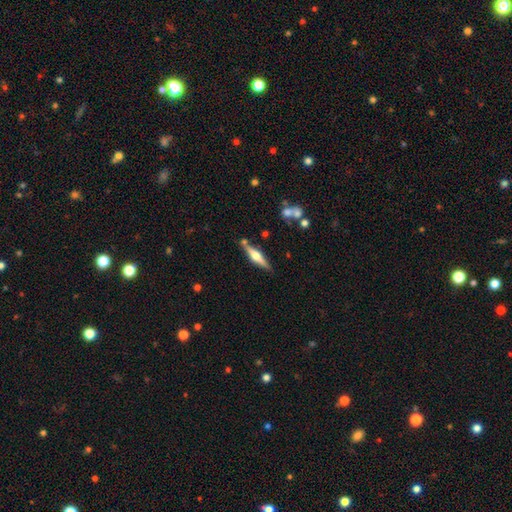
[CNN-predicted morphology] This is likely a featured or disk galaxy (68%). It is clearly viewed edge-on (97%). Edge-on bulge: clearly rounded (91%). Merging: clearly none (81%).